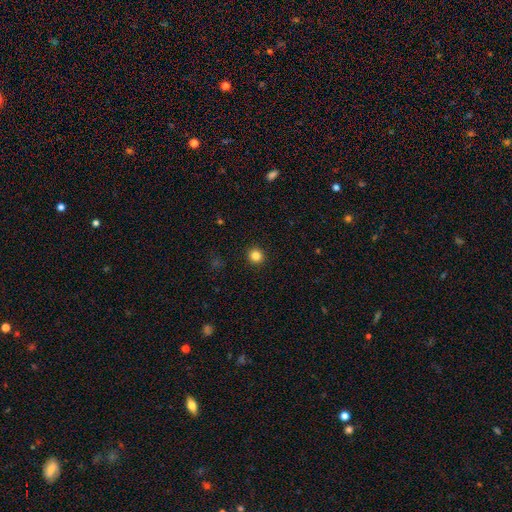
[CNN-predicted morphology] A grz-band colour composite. It shows a smooth galaxy with no disk features (83%) that is round (94%). Merging: none (93%).